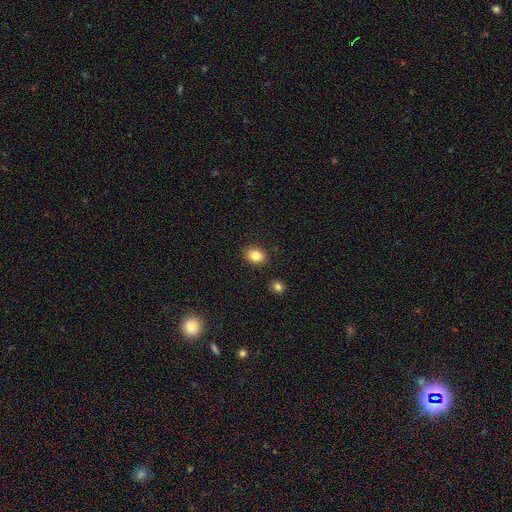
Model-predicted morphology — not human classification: A smooth galaxy with no disk features (84%) that is in between round and cigar-shaped (66%).

Vote fractions:
- Smooth or featured? smooth: 84% / star or artifact: 9% / featured or disk: 7%
- How rounded? in between: 66% / round: 33% / cigar-shaped: 1%
- Merging? none: 88% / minor disturbance: 8% / merger: 2% / major disturbance: 2%